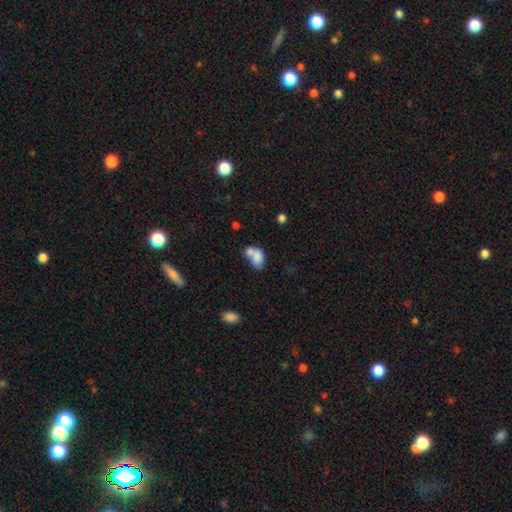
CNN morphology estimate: Smooth or featured? smooth (76%)
How rounded? in between (80%)
Merging? merger (59%)